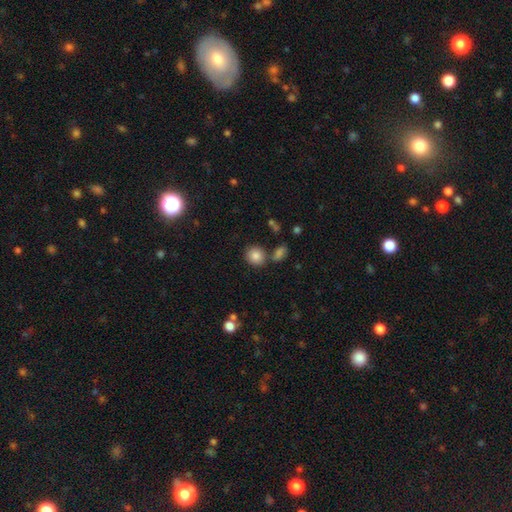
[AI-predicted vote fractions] Q: Smooth or featured?
A: smooth (84%); runner-up: star or artifact (10%)
Q: How rounded?
A: round (83%); runner-up: in between (16%)
Q: Merging?
A: none (73%); runner-up: merger (13%)